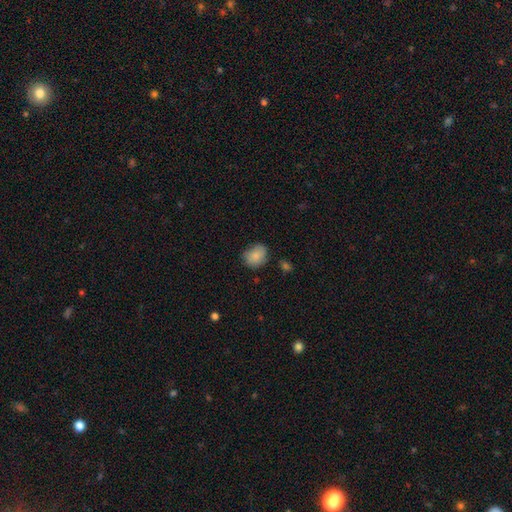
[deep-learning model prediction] Morphology: type=smooth (84%); roundness=round (54%); merging=none (69%).